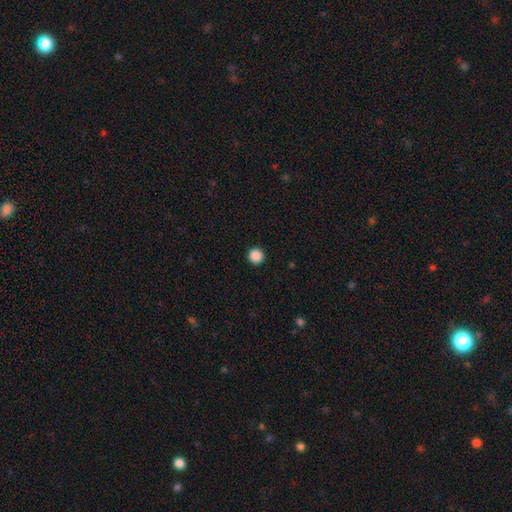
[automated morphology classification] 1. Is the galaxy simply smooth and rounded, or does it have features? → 88% smooth, 10% star or artifact, 2% featured or disk.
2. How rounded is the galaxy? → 96% round, 3% in between, 1% cigar-shaped.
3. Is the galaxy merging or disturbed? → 94% none, 4% minor disturbance, 1% major disturbance, 1% merger.